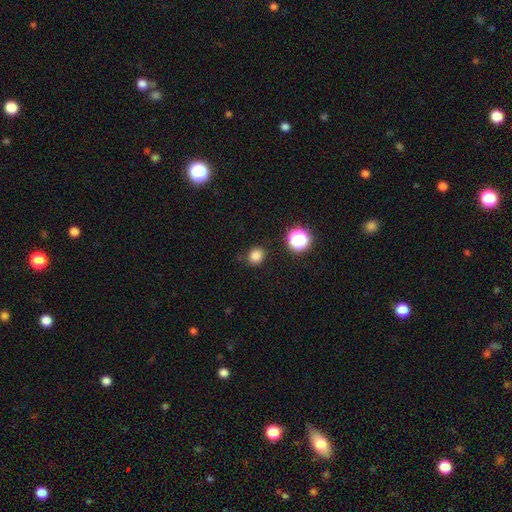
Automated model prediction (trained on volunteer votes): Smooth or featured? smooth (82%)
How rounded? round (77%)
Merging? none (85%)